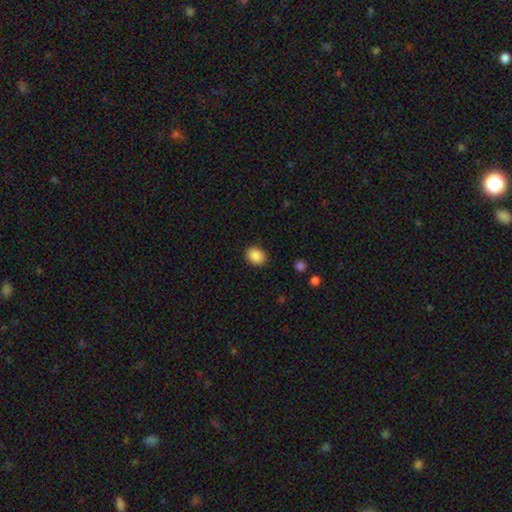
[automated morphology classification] Smooth or featured?
  - smooth: 89% *
  - star or artifact: 8%
  - featured or disk: 3%
How rounded?
  - in between: 54% *
  - round: 45%
  - cigar-shaped: 1%
Merging?
  - none: 88% *
  - minor disturbance: 9%
  - major disturbance: 2%
  - merger: 1%